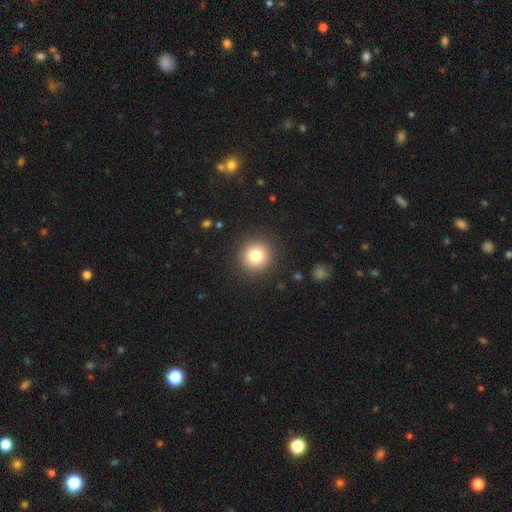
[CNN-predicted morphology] Smooth or featured: smooth — 81% (star or artifact — 11%)
How rounded: round — 94% (in between — 5%)
Merging: none — 91% (minor disturbance — 6%)